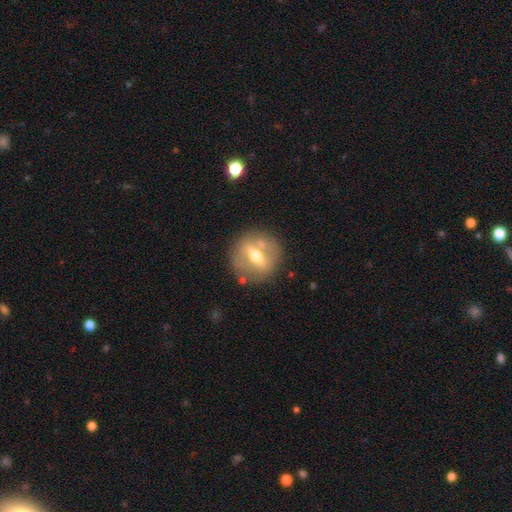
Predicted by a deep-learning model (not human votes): Q: Smooth or featured?
A: featured or disk (64%); runner-up: smooth (28%)
Q: Edge-on disk?
A: no (60%); runner-up: yes (40%)
Q: Merging?
A: none (80%); runner-up: minor disturbance (10%)